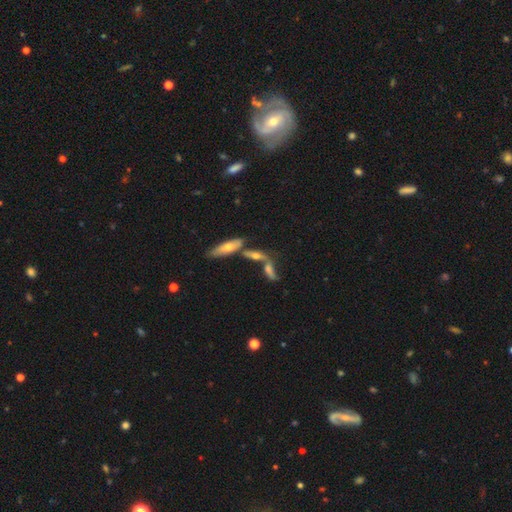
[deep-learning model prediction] smooth_or_featured: featured or disk (p=0.49) [alt: smooth p=0.40]
merging: merger (p=0.49) [alt: none p=0.32]